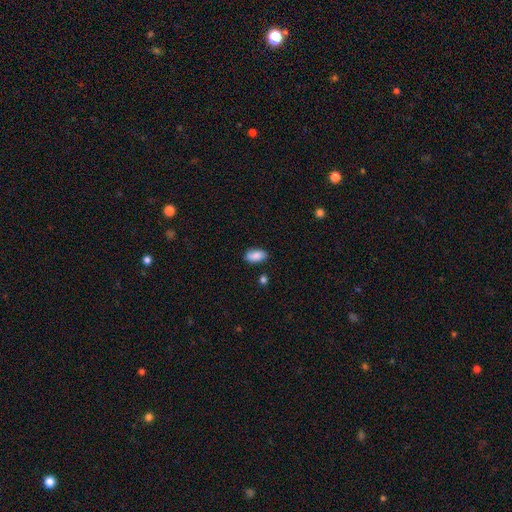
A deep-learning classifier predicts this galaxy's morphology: smooth 85%, featured or disk 7%, star or artifact 7%. Down the decision tree: how rounded — in between (93%); merging — none (80%).